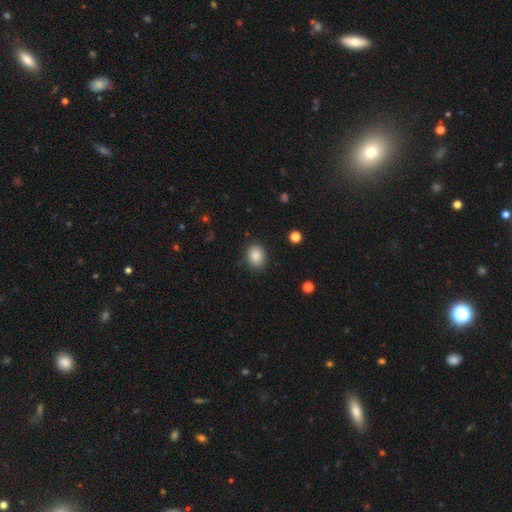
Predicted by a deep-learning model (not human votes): A smooth galaxy with no disk features (86%) that is in between round and cigar-shaped (54%).

Vote fractions:
- Smooth or featured? smooth: 86% / star or artifact: 9% / featured or disk: 5%
- How rounded? in between: 54% / round: 45% / cigar-shaped: 1%
- Merging? none: 86% / minor disturbance: 10% / major disturbance: 3% / merger: 1%